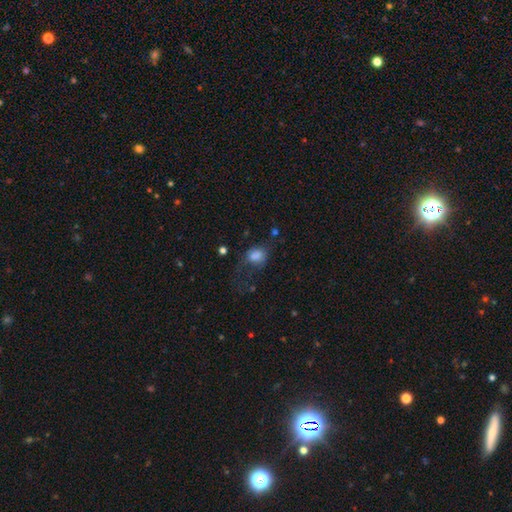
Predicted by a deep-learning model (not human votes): Smooth or featured?
  - smooth: 74% *
  - featured or disk: 15%
  - star or artifact: 10%
How rounded?
  - in between: 53% *
  - round: 46%
  - cigar-shaped: 1%
Merging?
  - major disturbance: 41% *
  - none: 31%
  - minor disturbance: 24%
  - merger: 4%